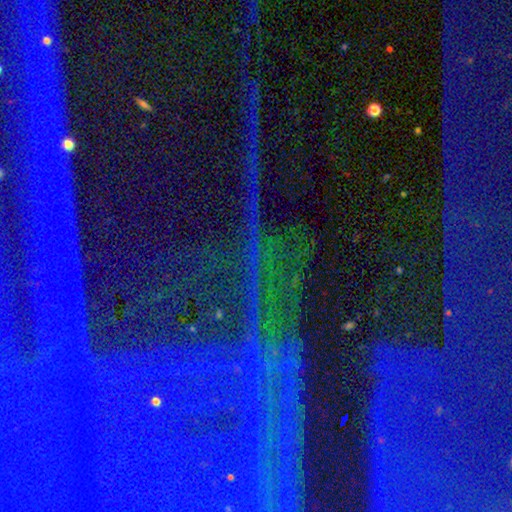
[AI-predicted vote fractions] A star or artifact, not a galaxy (86%).